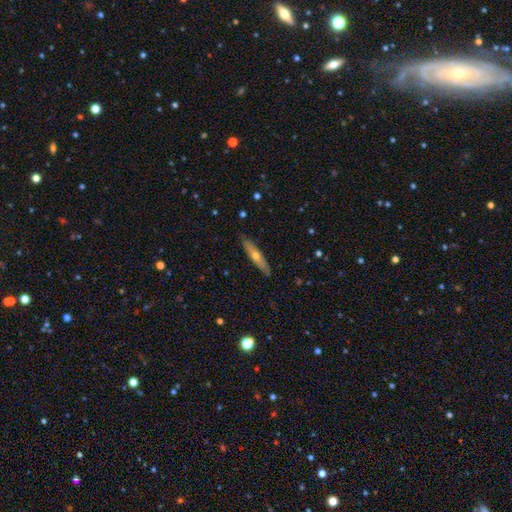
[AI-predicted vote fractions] Smooth or featured?
  - featured or disk: 51% *
  - smooth: 42%
  - star or artifact: 6%
Edge-on disk?
  - yes: 83% *
  - no: 17%
Merging?
  - none: 88% *
  - minor disturbance: 9%
  - major disturbance: 2%
  - merger: 1%